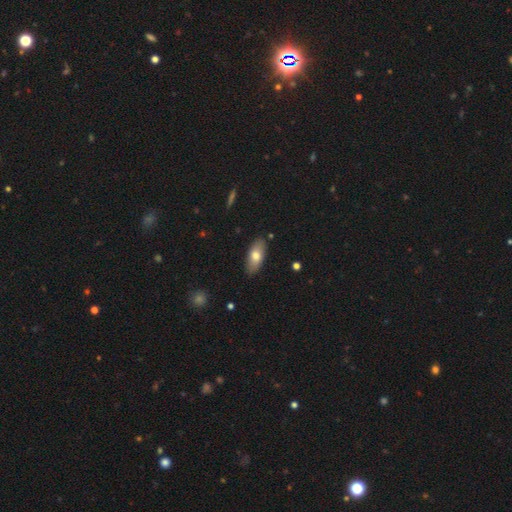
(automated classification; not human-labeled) Morphology: type=smooth (73%); roundness=in between (85%); merging=none (86%).